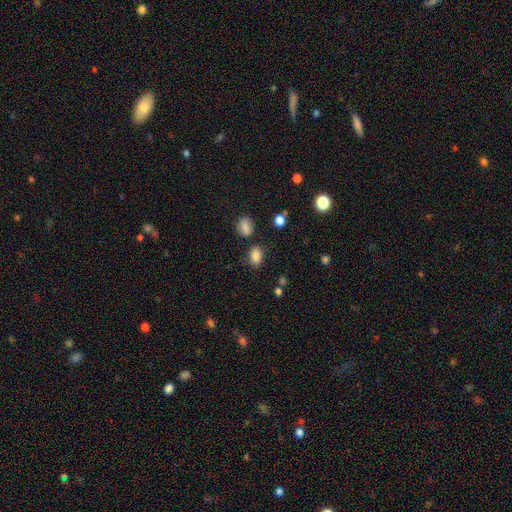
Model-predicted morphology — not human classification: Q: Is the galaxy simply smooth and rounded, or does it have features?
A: smooth — 84%.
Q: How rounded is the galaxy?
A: in between — 81%.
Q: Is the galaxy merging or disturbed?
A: none — 76%.